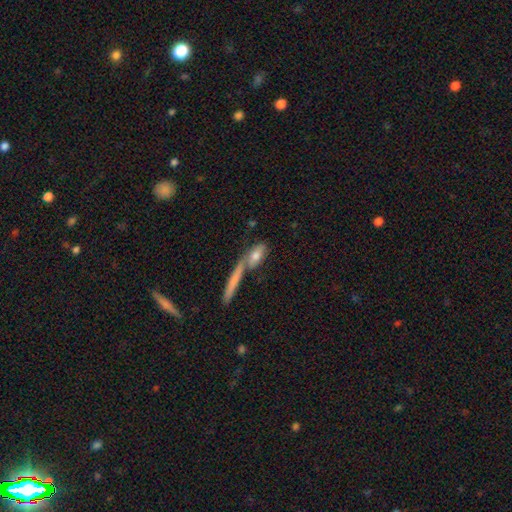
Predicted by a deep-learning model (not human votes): Smooth or featured: smooth — 67% (featured or disk — 25%)
How rounded: in between — 50% (cigar-shaped — 44%)
Merging: none — 46% (merger — 35%)